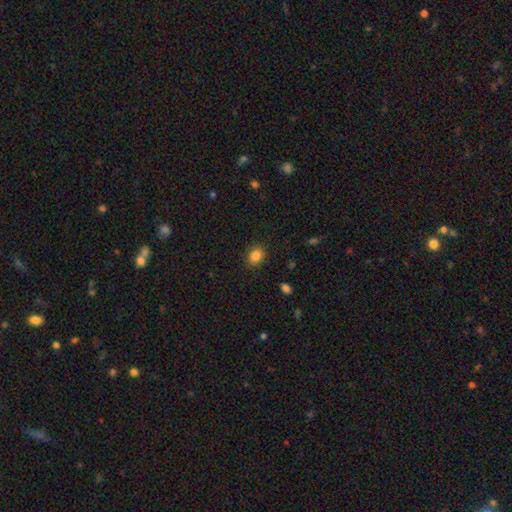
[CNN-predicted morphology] Overall: smooth (86%). How rounded: in between (51%; round 48%). Merging: none (87%).